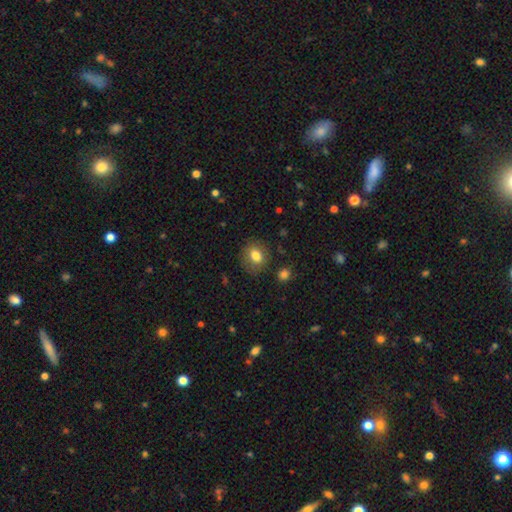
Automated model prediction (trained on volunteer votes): This appears to be a smooth galaxy with no disk features (79%) that is round (54%). Merging: none (81%).